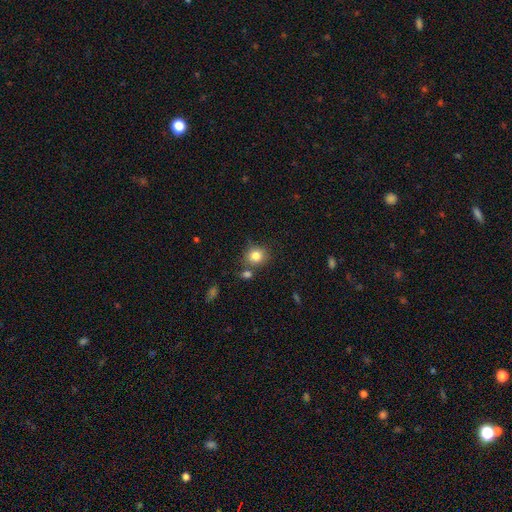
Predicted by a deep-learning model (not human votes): Smooth or featured: smooth — 81% (star or artifact — 11%)
How rounded: round — 80% (in between — 19%)
Merging: none — 71% (minor disturbance — 13%)